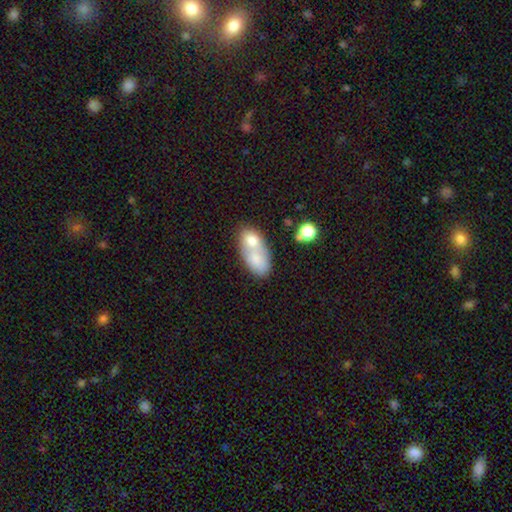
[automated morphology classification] Smooth or featured? Predicted: smooth (p=0.68). How rounded? Predicted: in between (p=0.84). Merging? Predicted: merger (p=0.61).